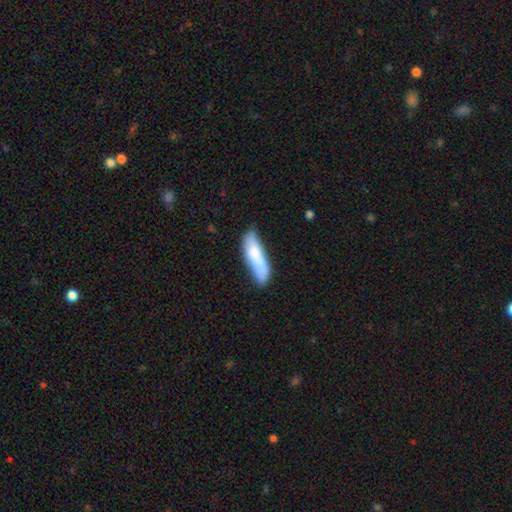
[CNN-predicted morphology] Overall: smooth (72%). How rounded: cigar-shaped (59%; in between 39%). Merging: none (55%; minor disturbance 28%).